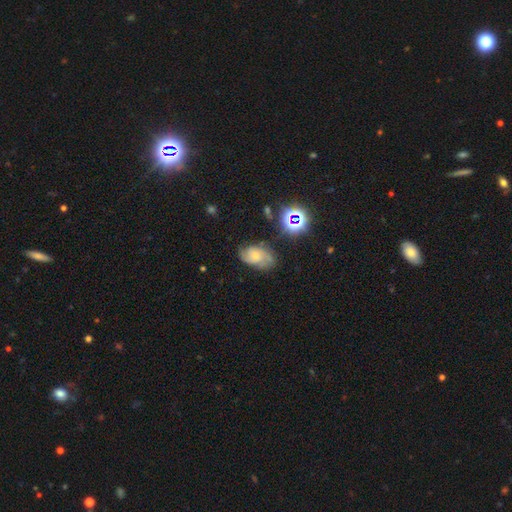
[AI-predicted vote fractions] Morphology: type=featured or disk (59%); edge-on=no (96%); bar=no (73%); spiral arms=yes (90%); winding=medium (44%); arm count=2 (44%); bulge=small (60%); merging=none (61%).